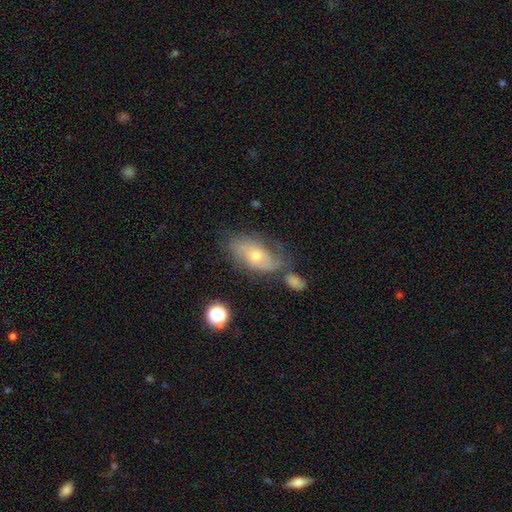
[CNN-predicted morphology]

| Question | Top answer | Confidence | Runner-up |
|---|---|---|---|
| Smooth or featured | featured or disk | 59% | smooth (32%) |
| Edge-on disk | no | 91% | yes (9%) |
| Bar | no | 70% | weak (24%) |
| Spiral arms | yes | 77% | no (23%) |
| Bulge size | moderate | 48% | tied: small (48%) |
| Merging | none | 50% | minor disturbance (24%) |